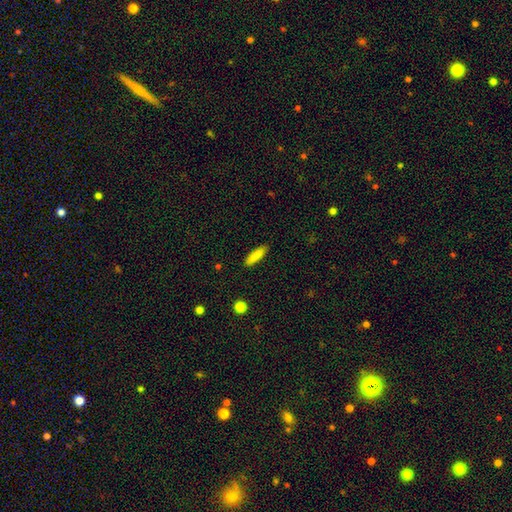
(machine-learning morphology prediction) The model was most divided on "how rounded": cigar-shaped: 71%, in between: 27%, round: 2%. More confident: merging — none (88%); smooth or featured — smooth (86%).